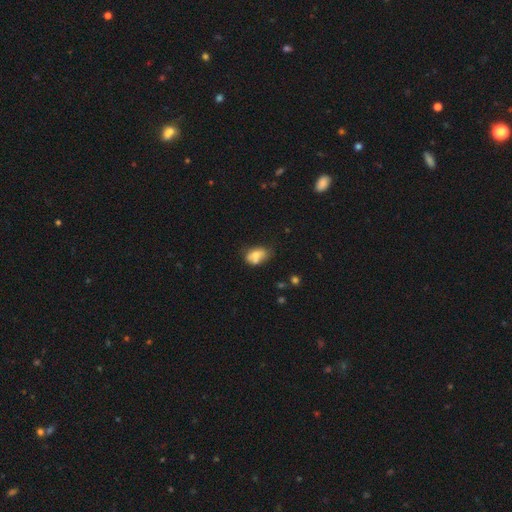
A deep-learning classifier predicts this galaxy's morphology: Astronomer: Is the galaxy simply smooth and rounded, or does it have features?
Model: smooth — 65%.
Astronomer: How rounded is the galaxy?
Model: in between — 80%.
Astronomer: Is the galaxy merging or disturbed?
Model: none — 40% (runner-up: minor disturbance, 27%).